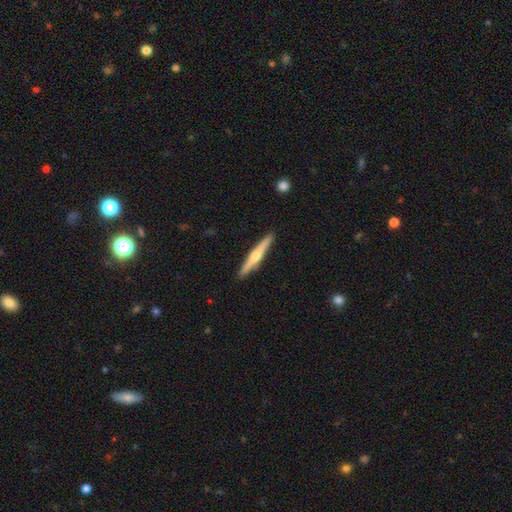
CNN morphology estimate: A featured or disk galaxy (62%) viewed edge-on (98%) with a rounded central bulge (85%).

Vote fractions:
- Smooth or featured? featured or disk: 62% / smooth: 33% / star or artifact: 5%
- Edge-on disk? yes: 98% / no: 2%
- Edge-on bulge? rounded: 85% / none: 9% / boxy: 6%
- Merging? none: 91% / minor disturbance: 6% / major disturbance: 1% / merger: 1%